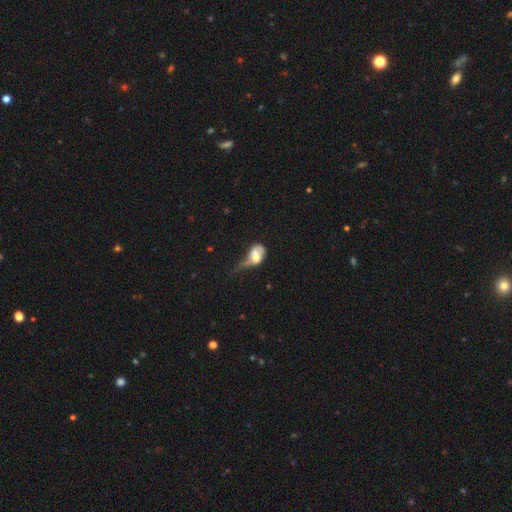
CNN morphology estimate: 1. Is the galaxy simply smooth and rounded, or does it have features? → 50% smooth, 40% featured or disk, 10% star or artifact.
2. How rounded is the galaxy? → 72% in between, 25% round, 3% cigar-shaped.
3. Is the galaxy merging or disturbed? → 45% major disturbance, 23% merger, 19% minor disturbance, 13% none.